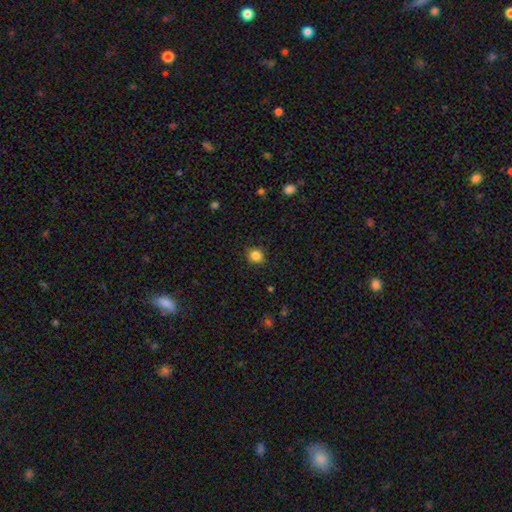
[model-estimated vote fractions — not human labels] Smooth or featured? Predicted: smooth (p=0.85). How rounded? Predicted: round (p=0.83). Merging? Predicted: none (p=0.90).